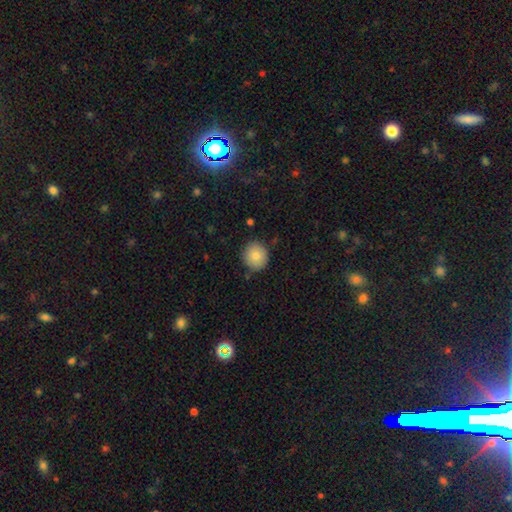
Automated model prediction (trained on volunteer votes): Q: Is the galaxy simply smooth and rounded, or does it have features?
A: smooth — 82%.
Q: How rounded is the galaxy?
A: round — 89%.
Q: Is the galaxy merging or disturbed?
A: none — 86%.